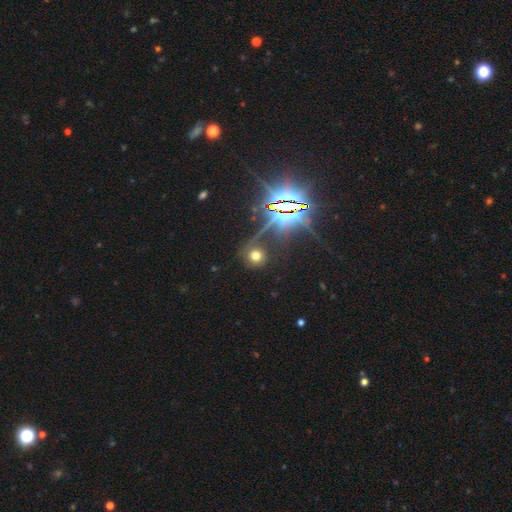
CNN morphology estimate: smooth 56%, star or artifact 33%, featured or disk 11%. Down the decision tree: how rounded — round (89%); merging — none (75%).